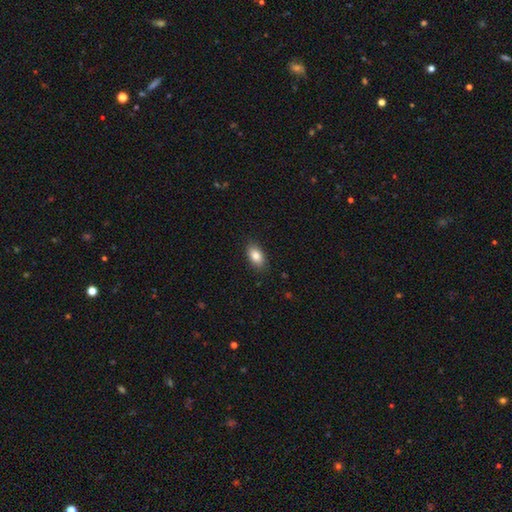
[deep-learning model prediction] This is clearly a smooth galaxy (85%). How rounded: clearly in between (91%). Merging: clearly none (87%).